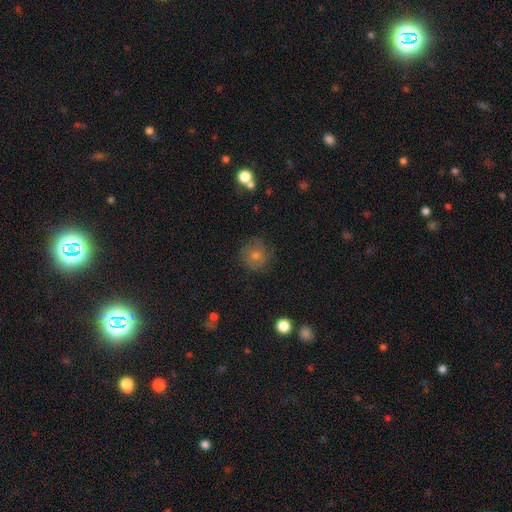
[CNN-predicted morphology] Smooth or featured? smooth (68%)
How rounded? round (89%)
Merging? none (72%)